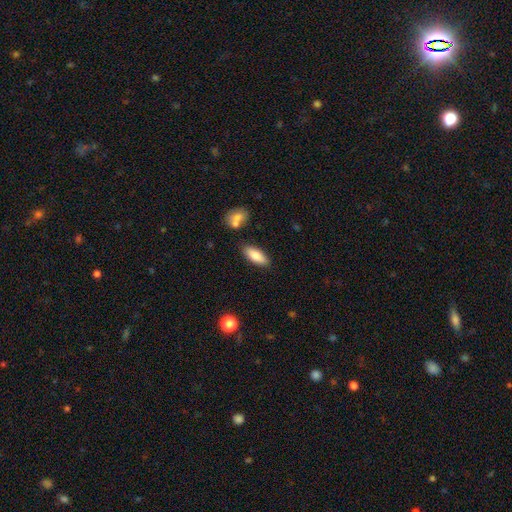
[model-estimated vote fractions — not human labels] Smooth or featured? Predicted: smooth (p=0.82). How rounded? Predicted: in between (p=0.73). Merging? Predicted: none (p=0.84).